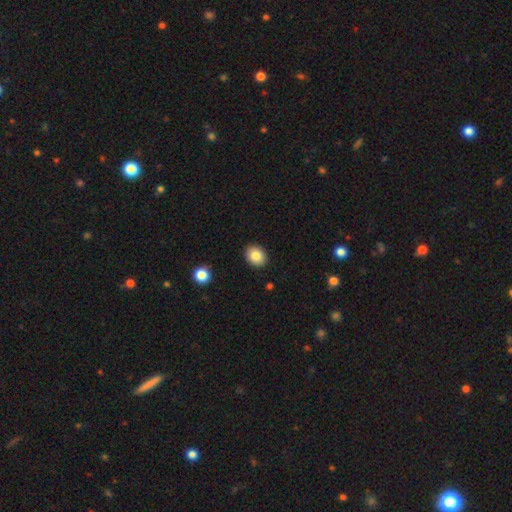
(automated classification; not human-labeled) smooth_or_featured: smooth (p=0.85) [alt: star or artifact p=0.08]
how_rounded: in between (p=0.52) [alt: round p=0.48]
merging: none (p=0.90) [alt: minor disturbance p=0.07]